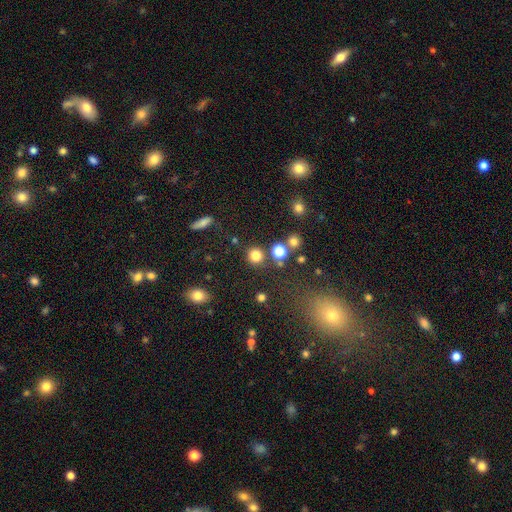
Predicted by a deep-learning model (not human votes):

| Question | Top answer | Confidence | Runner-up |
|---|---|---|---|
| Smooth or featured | smooth | 80% | star or artifact (14%) |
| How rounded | round | 91% | in between (8%) |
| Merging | none | 82% | minor disturbance (7%) |